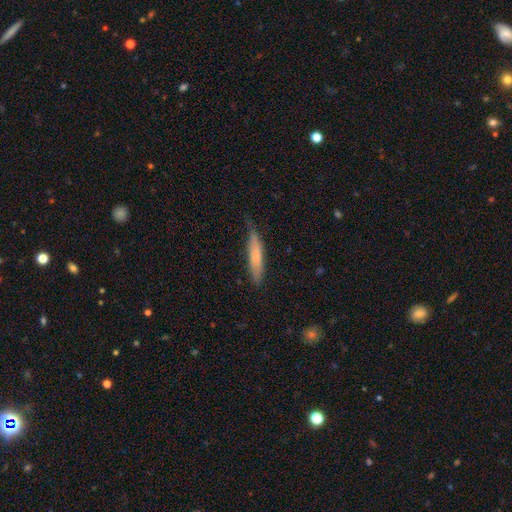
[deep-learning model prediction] This is likely a smooth galaxy (69%). How rounded: clearly cigar-shaped (88%). Merging: likely none (66%).